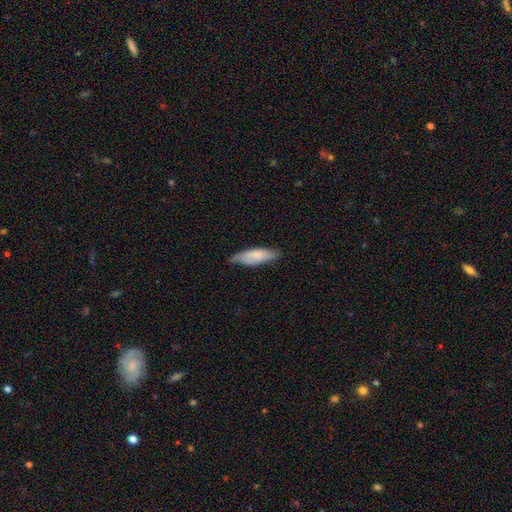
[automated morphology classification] A smooth galaxy with no disk features (72%) that is in between round and cigar-shaped (54%).

Vote fractions:
- Smooth or featured? smooth: 72% / featured or disk: 22% / star or artifact: 6%
- How rounded? in between: 54% / cigar-shaped: 44% / round: 2%
- Merging? none: 67% / minor disturbance: 28% / major disturbance: 4% / merger: 1%